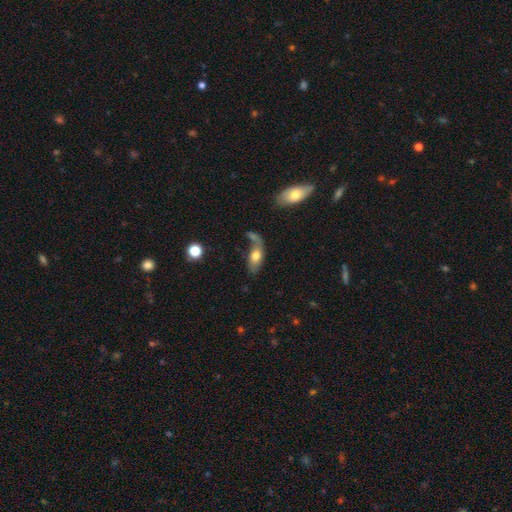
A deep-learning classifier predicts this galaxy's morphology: smooth 64%, featured or disk 28%, star or artifact 8%. Down the decision tree: how rounded — in between (85%); merging — none (36%).